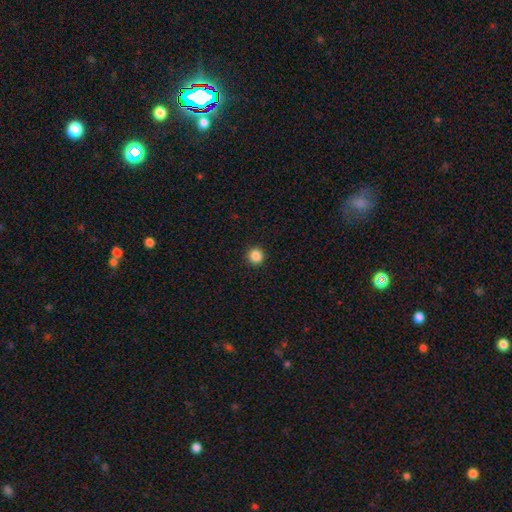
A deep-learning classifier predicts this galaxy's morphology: smooth 86%, star or artifact 11%, featured or disk 3%. Down the decision tree: how rounded — round (95%); merging — none (93%).